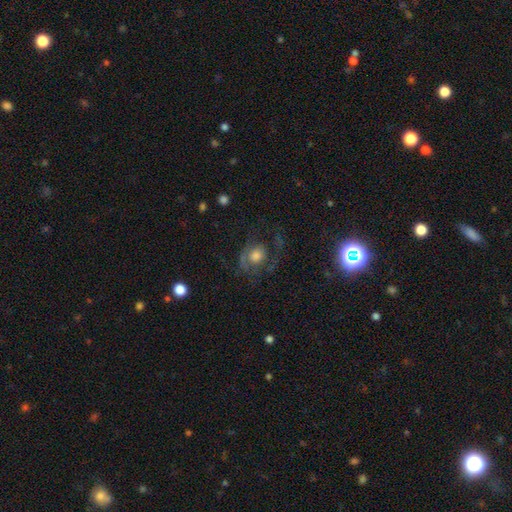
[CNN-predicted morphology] This appears to be a featured or disk galaxy (53%) with no bar (81%), spiral arms (64%) and a moderate central bulge (49%). Merging: none (52%).